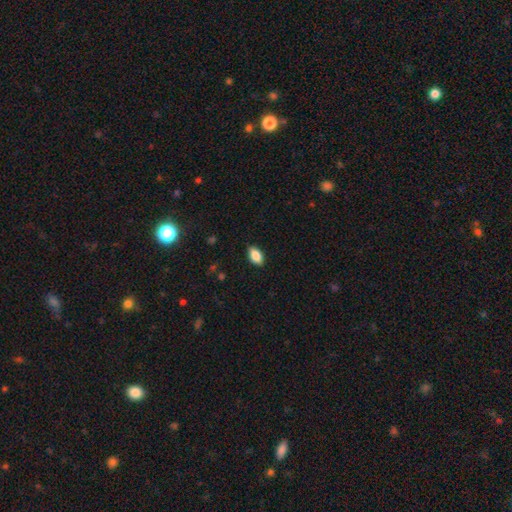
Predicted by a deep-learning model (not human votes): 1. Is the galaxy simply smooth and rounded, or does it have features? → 86% smooth, 7% star or artifact, 7% featured or disk.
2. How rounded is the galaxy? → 91% in between, 5% round, 3% cigar-shaped.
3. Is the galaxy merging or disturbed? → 86% none, 11% minor disturbance, 2% major disturbance, 1% merger.